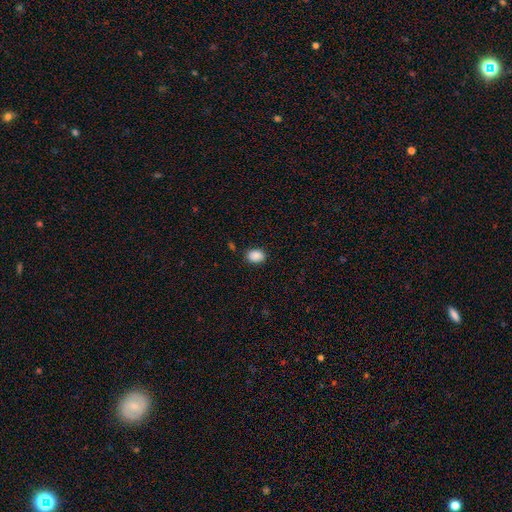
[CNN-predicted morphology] Q: Smooth or featured?
A: smooth (89%); runner-up: star or artifact (8%)
Q: How rounded?
A: in between (72%); runner-up: round (28%)
Q: Merging?
A: none (86%); runner-up: minor disturbance (10%)